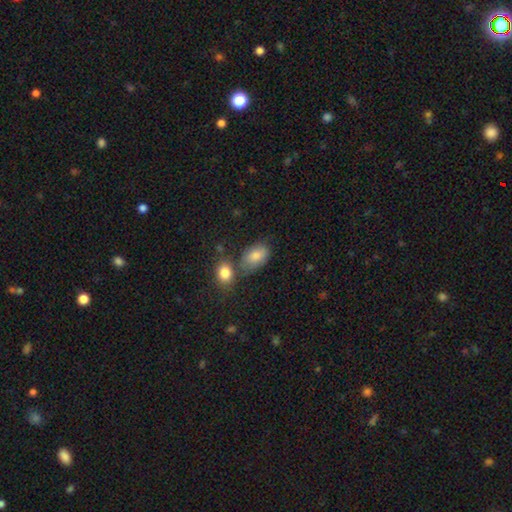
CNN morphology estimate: This appears to be a smooth galaxy with no disk features (82%) that is in between round and cigar-shaped (89%). Merging: none (52%).